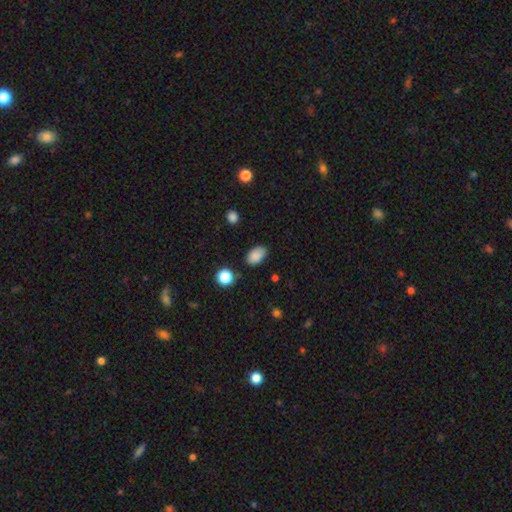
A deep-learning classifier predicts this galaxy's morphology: smooth 87%, star or artifact 9%, featured or disk 4%. Down the decision tree: how rounded — in between (90%); merging — none (82%).